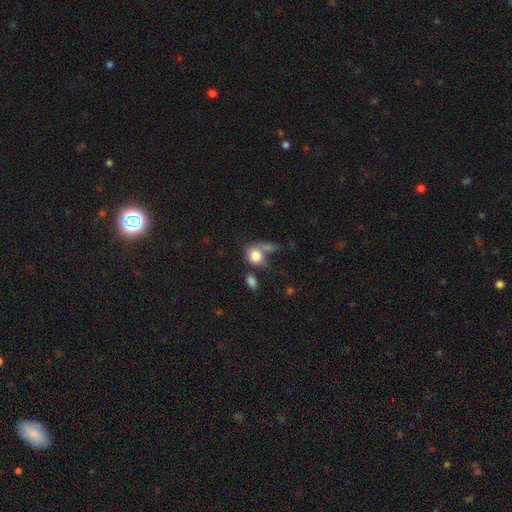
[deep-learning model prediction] Smooth or featured?
  - smooth: 80% *
  - featured or disk: 11%
  - star or artifact: 9%
How rounded?
  - round: 53% *
  - in between: 45%
  - cigar-shaped: 2%
Merging?
  - merger: 37% *
  - none: 33%
  - major disturbance: 15%
  - minor disturbance: 15%